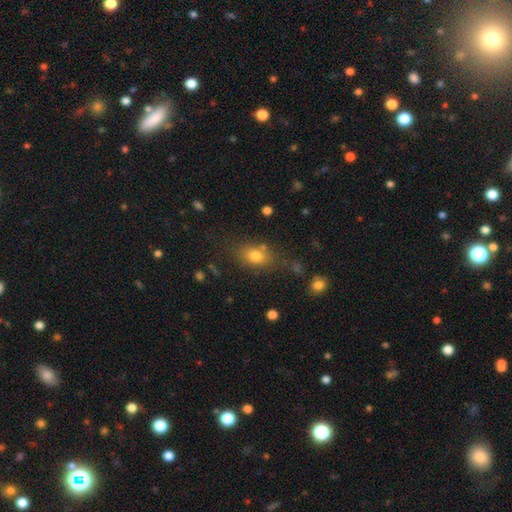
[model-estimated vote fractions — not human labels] A smooth galaxy with no disk features (76%) that is in between round and cigar-shaped (74%).

Vote fractions:
- Smooth or featured? smooth: 76% / star or artifact: 12% / featured or disk: 12%
- How rounded? in between: 74% / round: 22% / cigar-shaped: 4%
- Merging? none: 70% / minor disturbance: 16% / merger: 8% / major disturbance: 6%